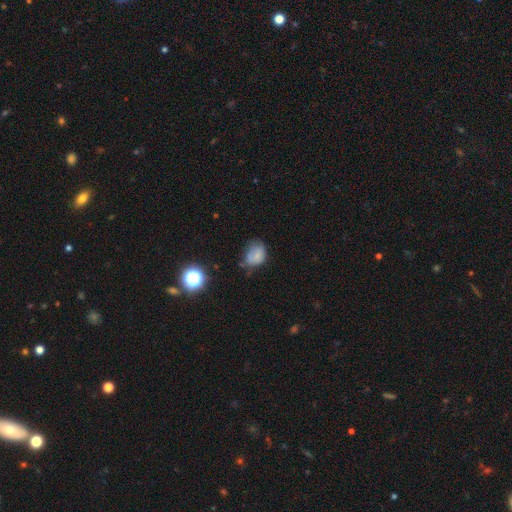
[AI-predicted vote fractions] Overall: smooth (67%). How rounded: in between (61%; round 38%). Merging: none (42%; minor disturbance 38%).